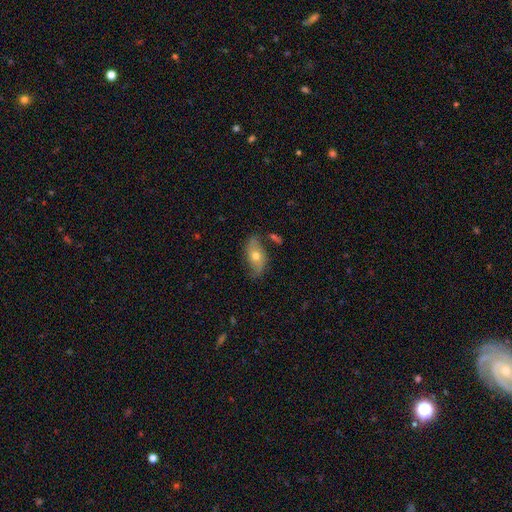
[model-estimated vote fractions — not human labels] Smooth or featured? Predicted: smooth (p=0.48). Merging? Predicted: none (p=0.68).